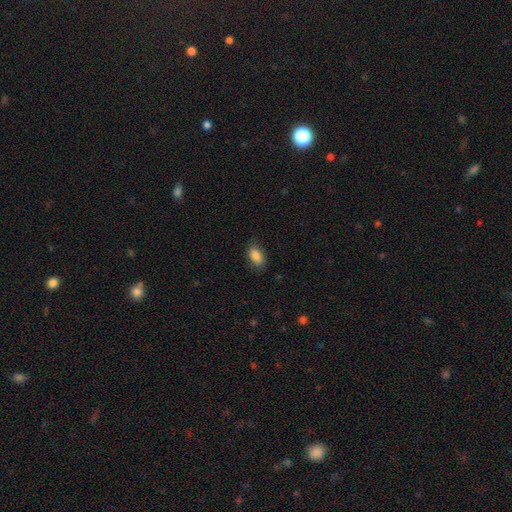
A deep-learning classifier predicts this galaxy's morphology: This is clearly a smooth galaxy (87%). How rounded: clearly in between (91%). Merging: clearly none (81%).